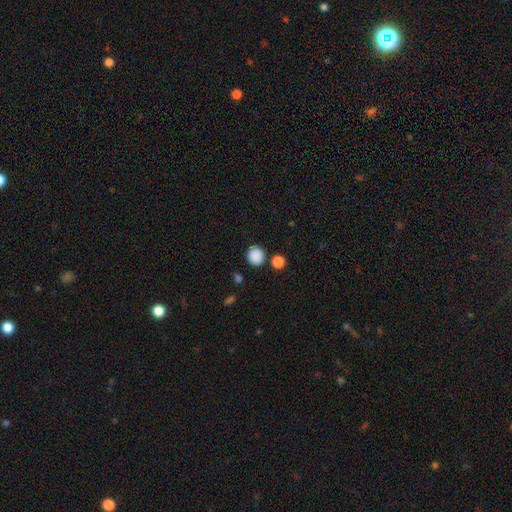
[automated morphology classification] smooth 88%, star or artifact 9%, featured or disk 3%. Down the decision tree: how rounded — round (88%); merging — none (84%).